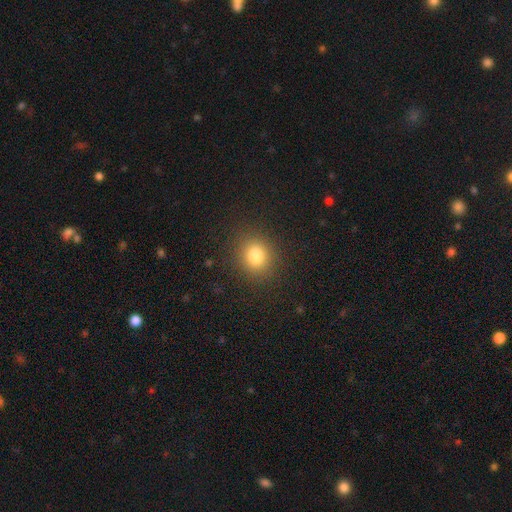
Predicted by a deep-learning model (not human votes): A smooth galaxy with no disk features (82%) that is round (74%). Merging: none (89%).